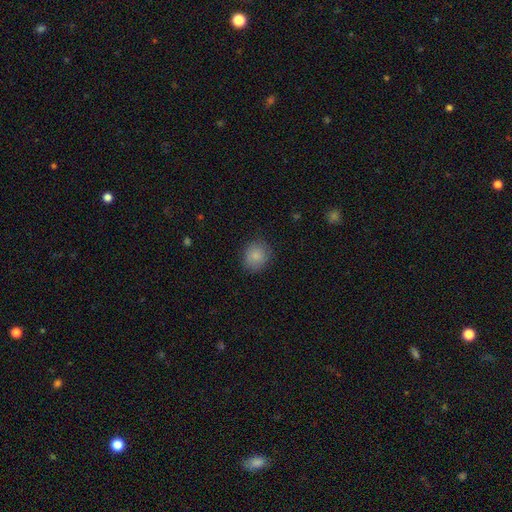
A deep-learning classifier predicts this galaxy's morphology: smooth 85%, star or artifact 8%, featured or disk 7%. Down the decision tree: how rounded — round (70%); merging — none (83%).